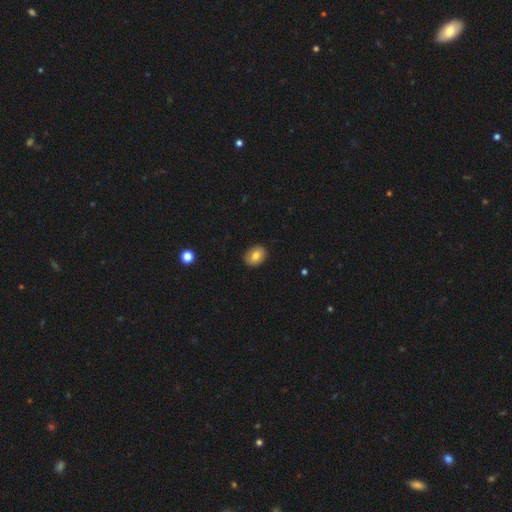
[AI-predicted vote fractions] A smooth galaxy with no disk features (79%) that is in between round and cigar-shaped (64%). Merging: none (88%).